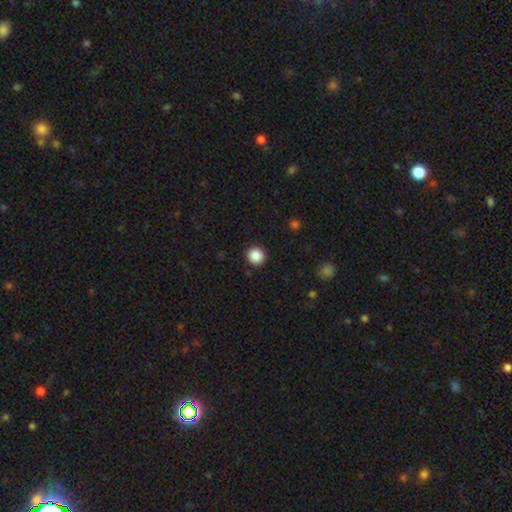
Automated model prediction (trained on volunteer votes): Smooth or featured: smooth — 87% (star or artifact — 10%)
How rounded: round — 93% (in between — 6%)
Merging: none — 92% (minor disturbance — 5%)